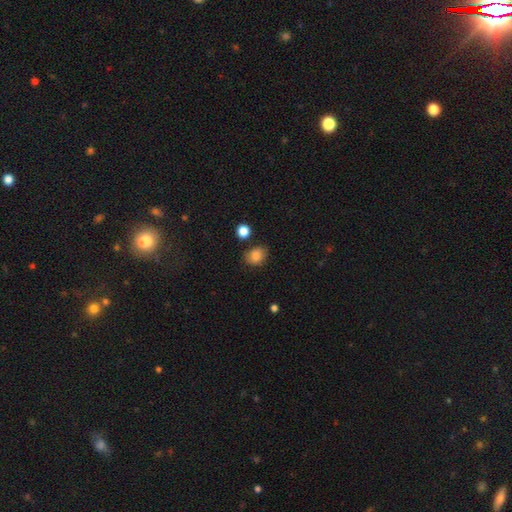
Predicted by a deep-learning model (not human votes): smooth-or-featured: smooth: 82% | star or artifact: 10% | featured or disk: 7%
  how-rounded: round: 53% | in between: 46% | cigar-shaped: 1%
  merging: none: 76% | minor disturbance: 16% | merger: 4% | major disturbance: 4%